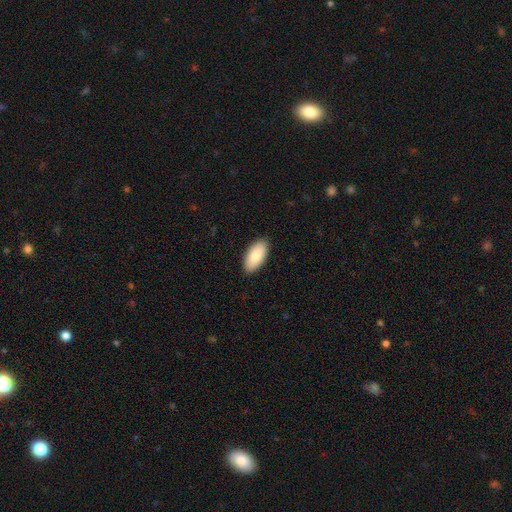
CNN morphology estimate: Overall: smooth (87%). How rounded: in between (94%). Merging: none (90%).